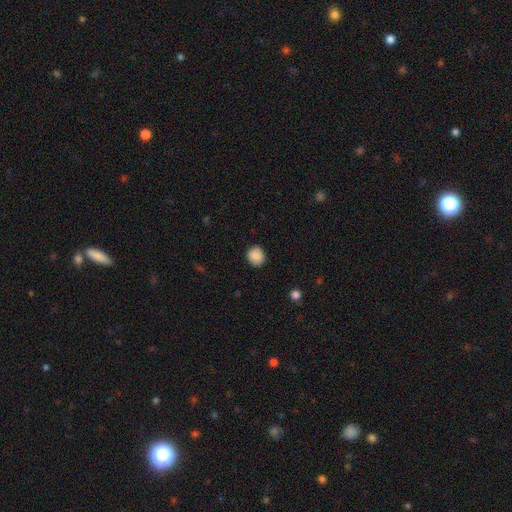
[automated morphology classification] A smooth galaxy with no disk features (88%) that is round (85%).

Vote fractions:
- Smooth or featured? smooth: 88% / star or artifact: 8% / featured or disk: 3%
- How rounded? round: 85% / in between: 14% / cigar-shaped: 1%
- Merging? none: 88% / minor disturbance: 8% / major disturbance: 2% / merger: 1%